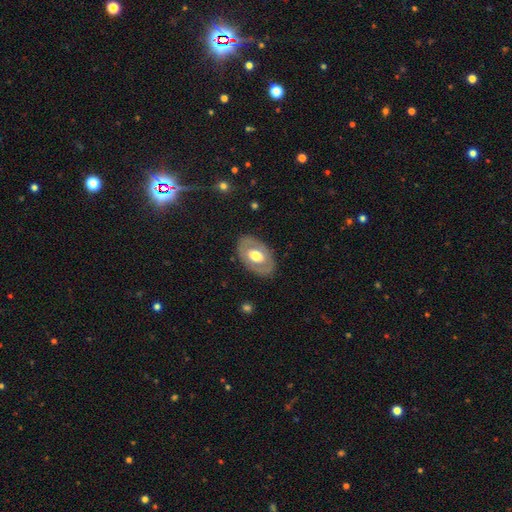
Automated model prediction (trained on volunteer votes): smooth-or-featured: featured or disk: 48% | smooth: 47% | star or artifact: 5%
  merging: none: 82% | minor disturbance: 12% | major disturbance: 4% | merger: 1%